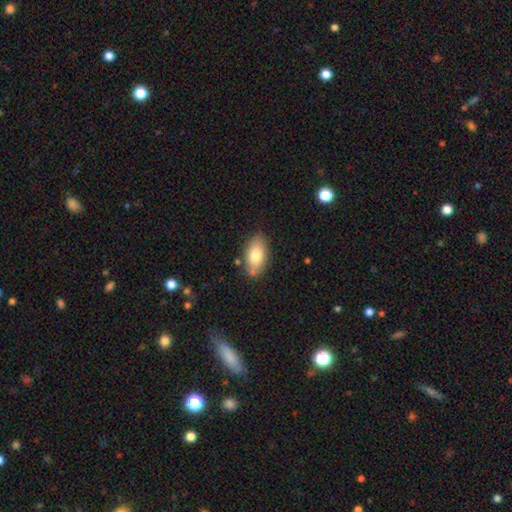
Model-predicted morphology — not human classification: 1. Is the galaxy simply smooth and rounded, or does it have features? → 78% smooth, 15% featured or disk, 7% star or artifact.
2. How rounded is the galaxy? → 92% in between, 4% round, 4% cigar-shaped.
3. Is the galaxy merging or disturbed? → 78% none, 15% minor disturbance, 4% merger, 3% major disturbance.